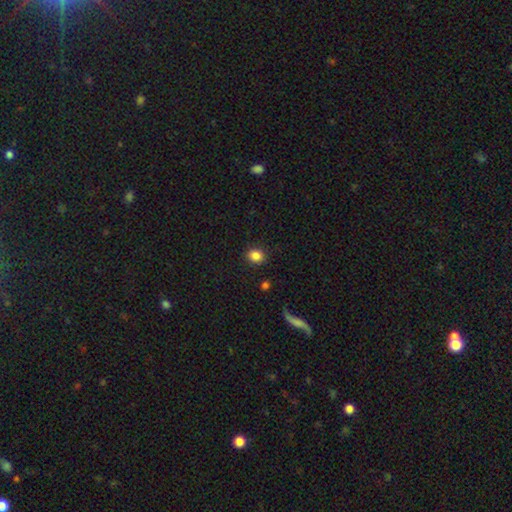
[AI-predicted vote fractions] Smooth or featured: smooth — 85% (star or artifact — 10%)
How rounded: round — 65% (in between — 33%)
Merging: none — 89% (minor disturbance — 7%)